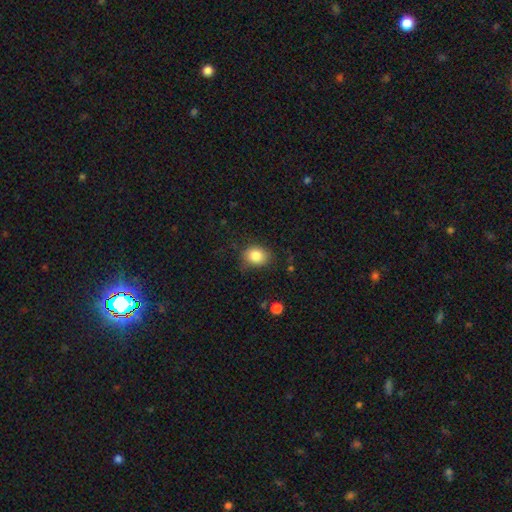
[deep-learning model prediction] smooth_or_featured: smooth (p=0.84) [alt: star or artifact p=0.10]
how_rounded: round (p=0.57) [alt: in between p=0.42]
merging: none (p=0.73) [alt: minor disturbance p=0.20]